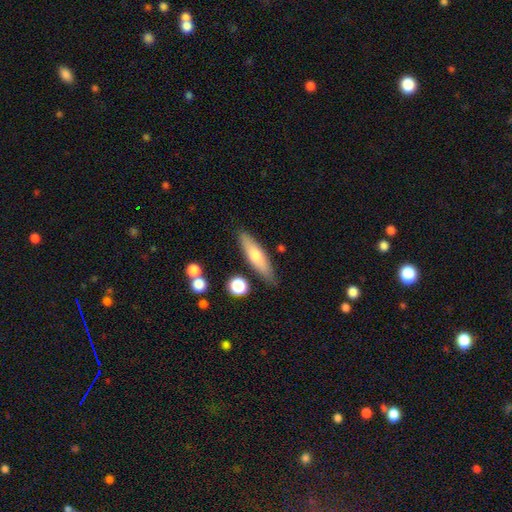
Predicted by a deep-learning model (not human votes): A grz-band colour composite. It shows a smooth galaxy with no disk features (64%) that is cigar-shaped (73%). Merging: none (83%).